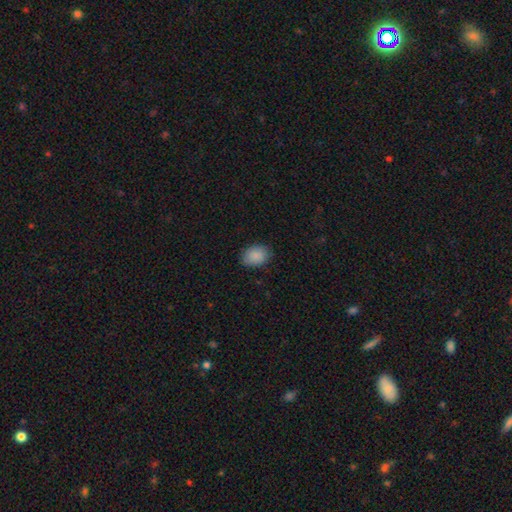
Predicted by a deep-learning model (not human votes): This is clearly a smooth galaxy (89%). How rounded: likely in between (70%). Merging: clearly none (84%).